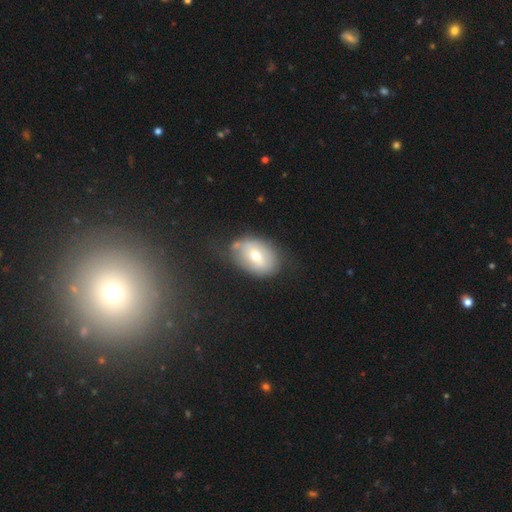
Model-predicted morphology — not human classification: smooth 57%, featured or disk 34%, star or artifact 8%. Down the decision tree: how rounded — in between (81%); merging — none (61%).